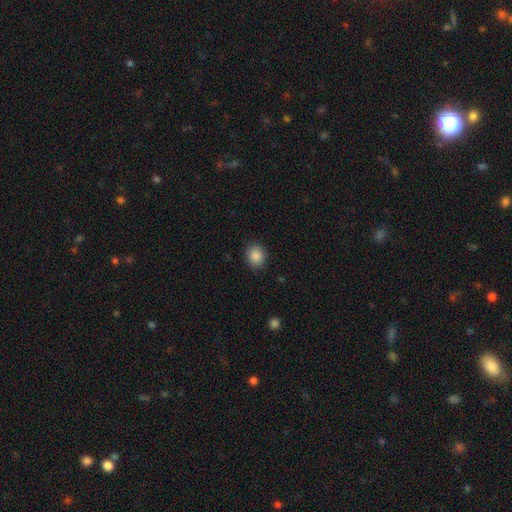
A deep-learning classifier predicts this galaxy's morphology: Q: Smooth or featured?
A: smooth (88%); runner-up: star or artifact (8%)
Q: How rounded?
A: round (58%); runner-up: in between (41%)
Q: Merging?
A: none (89%); runner-up: minor disturbance (8%)